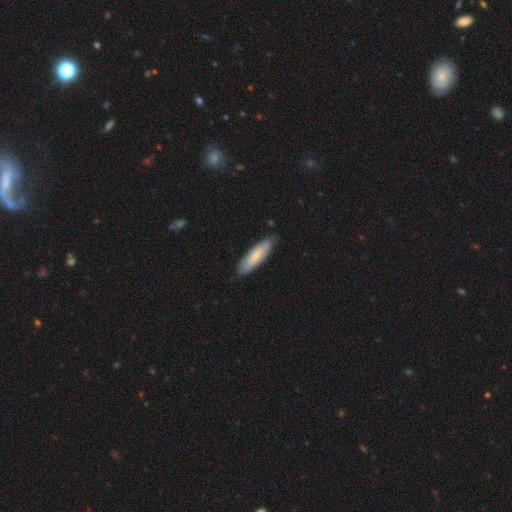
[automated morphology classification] A smooth galaxy with no disk features (73%) that is cigar-shaped (61%). Merging: none (82%).